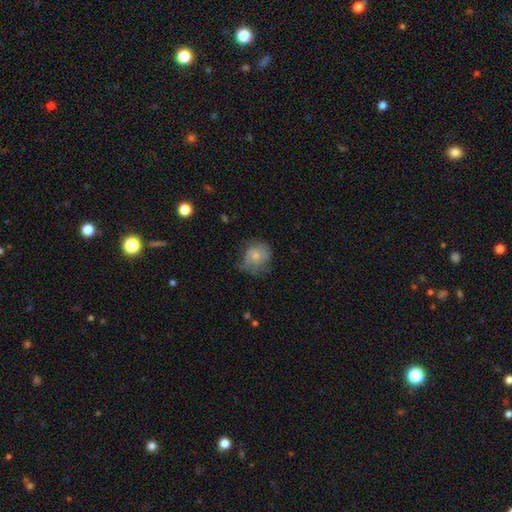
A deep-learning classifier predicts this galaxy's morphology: Smooth or featured?
  - smooth: 62% *
  - featured or disk: 30%
  - star or artifact: 8%
How rounded?
  - round: 73% *
  - in between: 26%
  - cigar-shaped: 1%
Merging?
  - none: 50% *
  - minor disturbance: 32%
  - major disturbance: 17%
  - merger: 2%